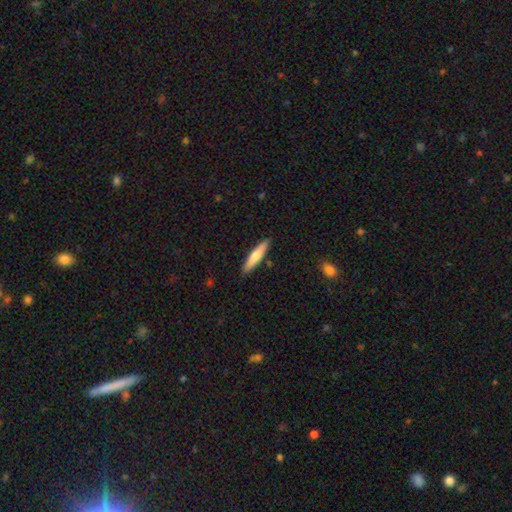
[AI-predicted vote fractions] Smooth or featured? smooth (64%)
How rounded? cigar-shaped (87%)
Merging? none (89%)